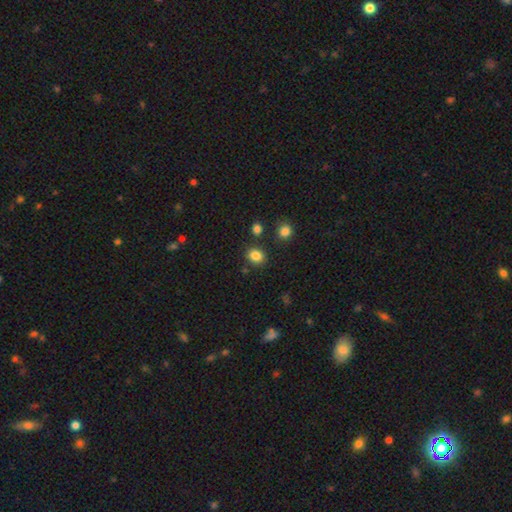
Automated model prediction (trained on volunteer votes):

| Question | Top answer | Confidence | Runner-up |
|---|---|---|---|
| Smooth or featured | smooth | 84% | star or artifact (11%) |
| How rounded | round | 60% | in between (39%) |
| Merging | none | 83% | minor disturbance (9%) |